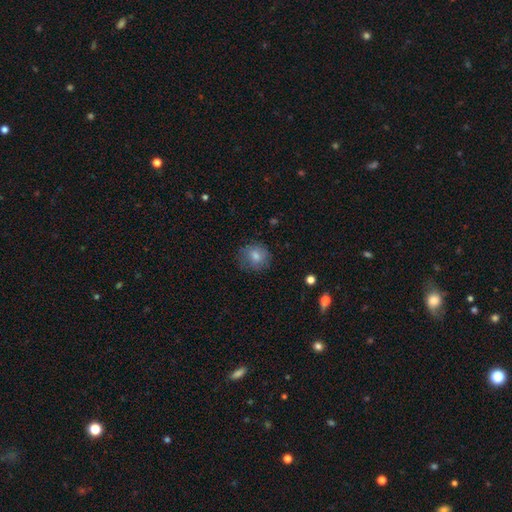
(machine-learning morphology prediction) This appears to be a smooth galaxy with no disk features (71%) that is round (83%). Merging: none (76%).